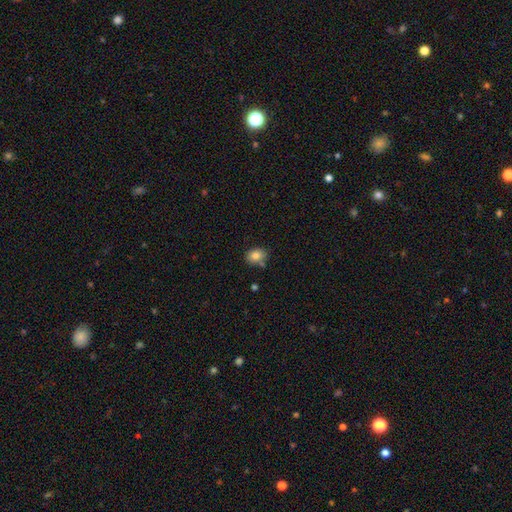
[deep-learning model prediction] The model was most divided on "how rounded": in between: 61%, round: 38%, cigar-shaped: 1%. More confident: smooth or featured — smooth (82%); merging — none (72%).